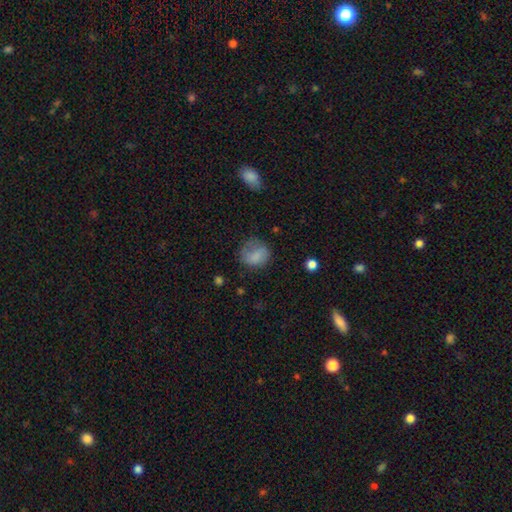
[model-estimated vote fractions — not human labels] Overall: smooth (78%). How rounded: round (68%; in between 31%). Merging: none (54%; minor disturbance 27%).